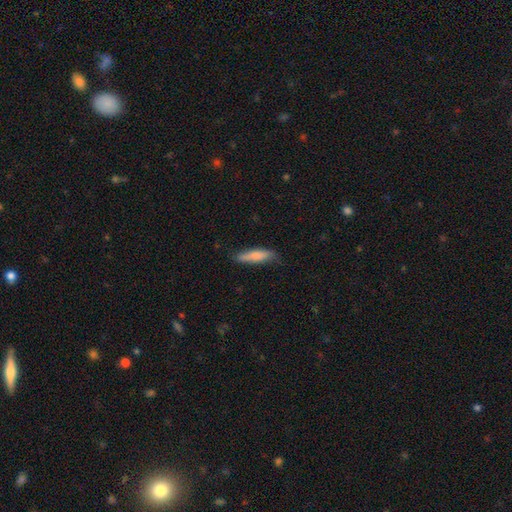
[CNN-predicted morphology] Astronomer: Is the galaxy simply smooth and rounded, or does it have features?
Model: smooth — 76%.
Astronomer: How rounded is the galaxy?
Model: cigar-shaped — 72%.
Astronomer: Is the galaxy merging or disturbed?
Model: none — 77%.